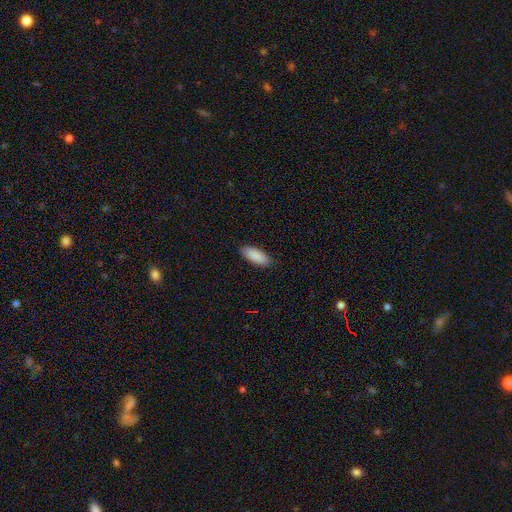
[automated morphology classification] The model was most divided on "how rounded": in between: 79%, cigar-shaped: 20%, round: 2%. More confident: smooth or featured — smooth (90%); merging — none (87%).